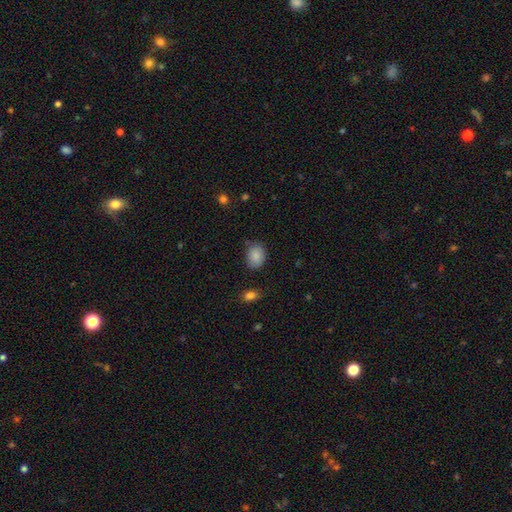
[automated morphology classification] smooth 87%, star or artifact 8%, featured or disk 6%. Down the decision tree: how rounded — in between (66%); merging — none (79%).